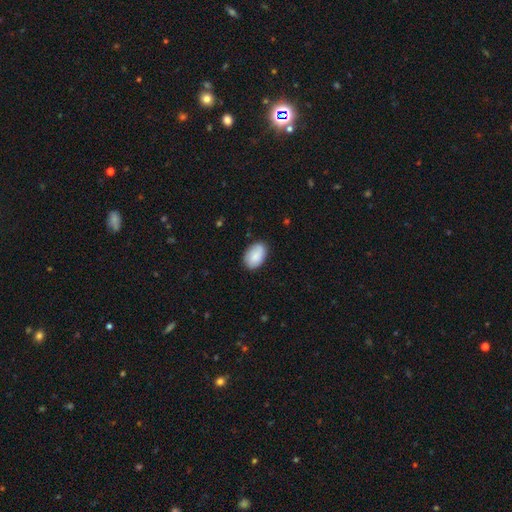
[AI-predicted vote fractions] A smooth galaxy with no disk features (84%) that is in between round and cigar-shaped (91%).

Vote fractions:
- Smooth or featured? smooth: 84% / featured or disk: 10% / star or artifact: 6%
- How rounded? in between: 91% / round: 8% / cigar-shaped: 1%
- Merging? none: 79% / minor disturbance: 16% / major disturbance: 3% / merger: 1%